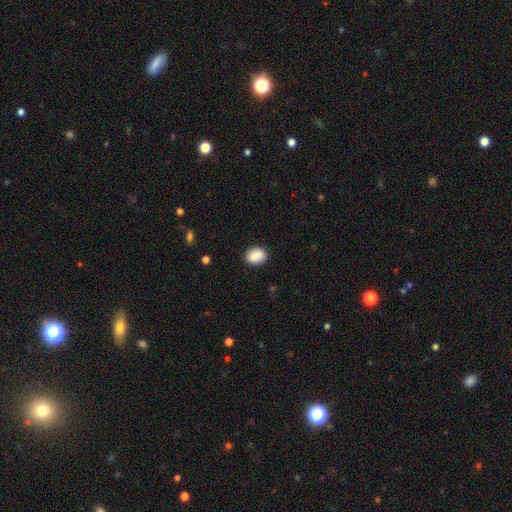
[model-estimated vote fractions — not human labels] Smooth or featured? Predicted: smooth (p=0.87). How rounded? Predicted: in between (p=0.55). Merging? Predicted: none (p=0.87).